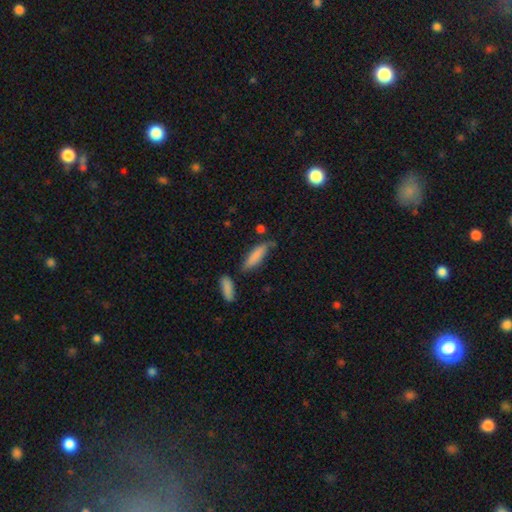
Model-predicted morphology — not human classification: This appears to be a smooth galaxy with no disk features (81%) that is cigar-shaped (62%). Merging: none (61%).